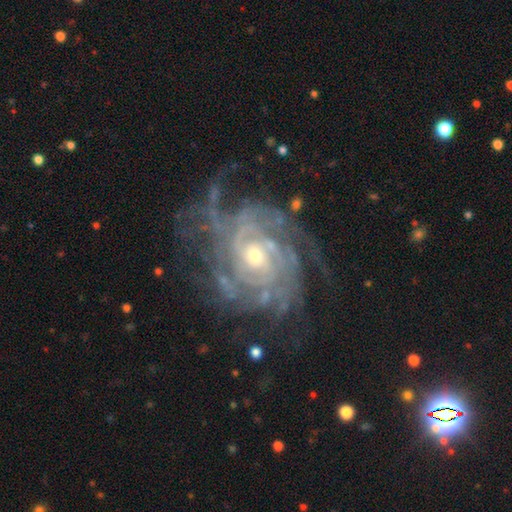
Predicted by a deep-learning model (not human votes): Smooth or featured? featured or disk (91%)
Edge-on disk? no (97%)
Bar? no (66%)
Spiral arms? yes (97%)
Spiral winding? tight (72%)
Spiral arm count? can't tell (27%)
Bulge size? small (54%)
Merging? none (68%)